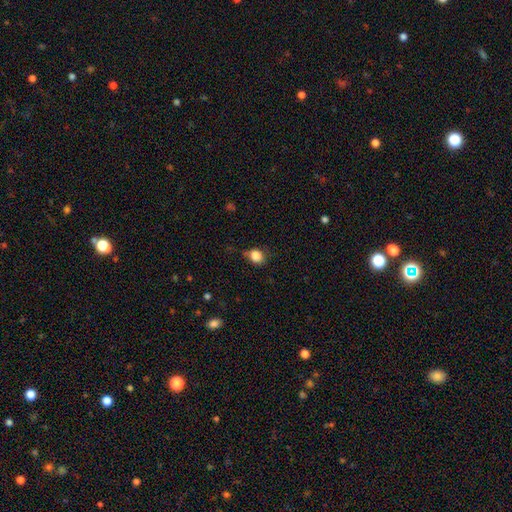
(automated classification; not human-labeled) Smooth or featured? smooth (85%)
How rounded? round (59%)
Merging? none (59%)